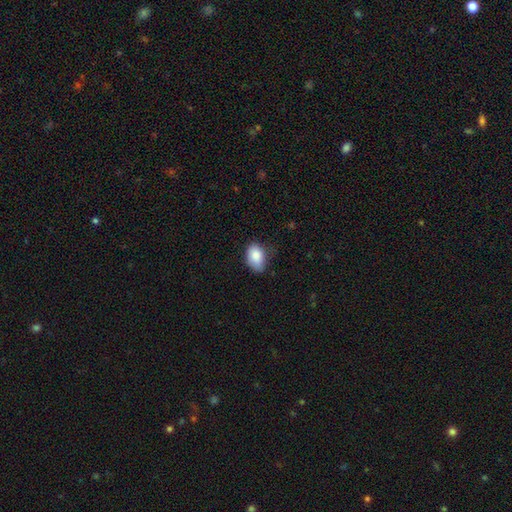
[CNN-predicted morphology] This is clearly a smooth galaxy (83%). How rounded: clearly in between (85%). Merging: possibly none (59%).